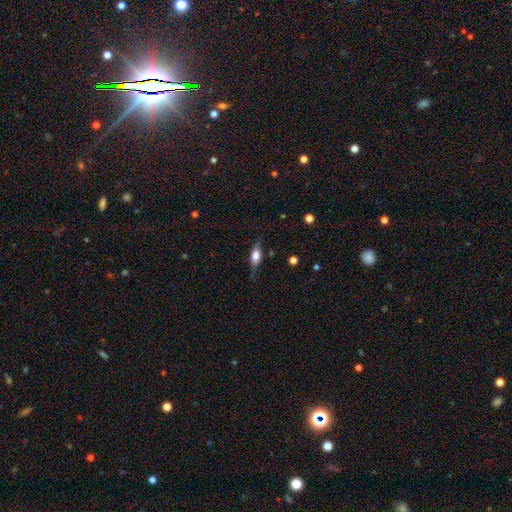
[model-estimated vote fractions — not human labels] Overall: featured or disk (53%; smooth 40%). Edge-on disk: yes (91%). Merging: none (75%).